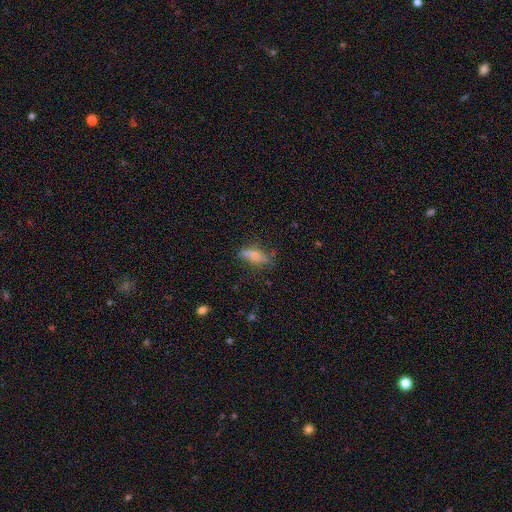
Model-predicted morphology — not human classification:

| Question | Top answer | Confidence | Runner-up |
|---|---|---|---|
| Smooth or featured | smooth | 62% | featured or disk (27%) |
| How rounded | cigar-shaped | 55% | in between (42%) |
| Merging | none | 64% | minor disturbance (24%) |